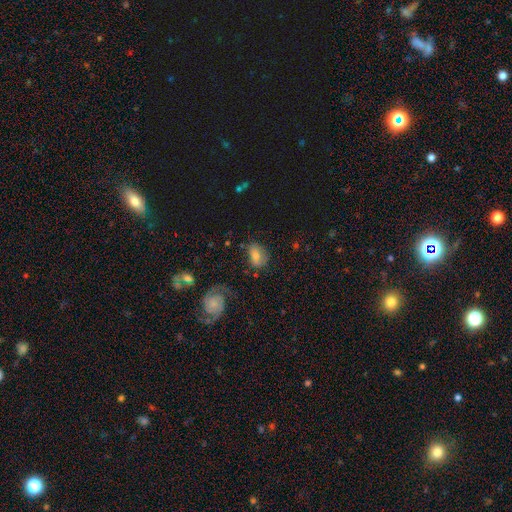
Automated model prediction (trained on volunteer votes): Smooth or featured? smooth (52%)
How rounded? in between (72%)
Merging? none (65%)